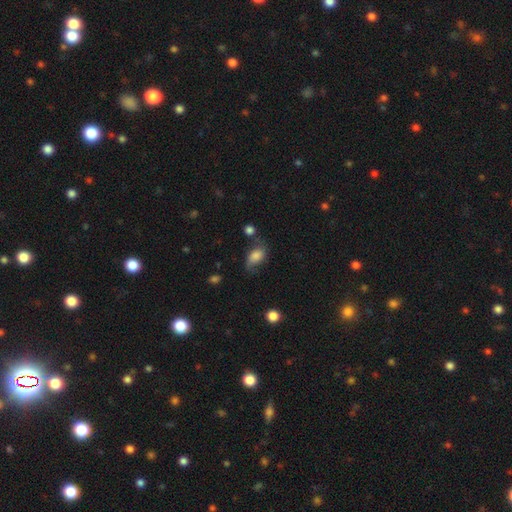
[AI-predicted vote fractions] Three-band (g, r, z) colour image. It shows a smooth galaxy with no disk features (62%) that is in between round and cigar-shaped (85%). Merging: none (50%).